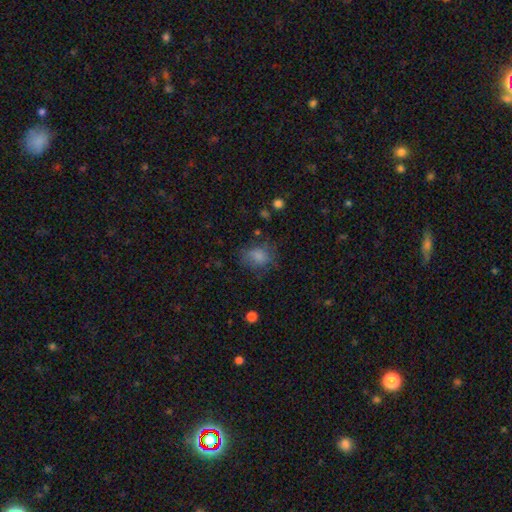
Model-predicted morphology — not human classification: The model was most divided on "how rounded": in between: 51%, round: 48%, cigar-shaped: 1%. More confident: smooth or featured — smooth (76%); merging — none (58%).